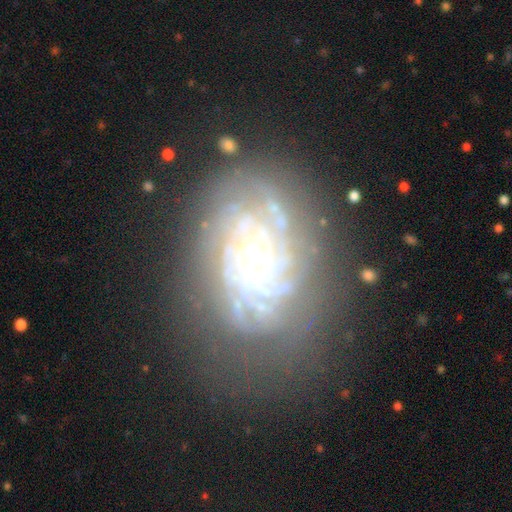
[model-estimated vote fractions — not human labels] smooth_or_featured: featured or disk (p=0.84) [alt: smooth p=0.08]
disk_edge_on: no (p=0.96) [alt: yes p=0.04]
bar: no (p=0.73) [alt: weak p=0.20]
has_spiral_arms: yes (p=0.92) [alt: no p=0.08]
spiral_winding: tight (p=0.77) [alt: medium p=0.18]
spiral_arm_count: can't tell (p=0.40) [alt: more than 4 p=0.15]
bulge_size: small (p=0.58) [alt: moderate p=0.35]
merging: none (p=0.69) [alt: minor disturbance p=0.18]